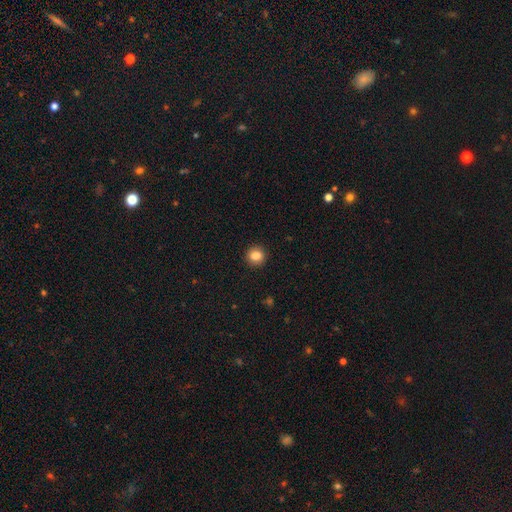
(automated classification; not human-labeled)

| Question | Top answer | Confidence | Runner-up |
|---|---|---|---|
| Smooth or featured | smooth | 85% | star or artifact (10%) |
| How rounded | round | 89% | in between (10%) |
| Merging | none | 92% | minor disturbance (5%) |